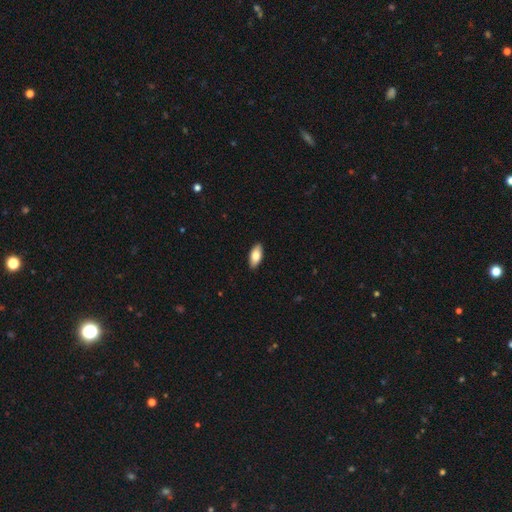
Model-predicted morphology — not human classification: smooth-or-featured: smooth: 81% | featured or disk: 13% | star or artifact: 6%
  how-rounded: in between: 89% | cigar-shaped: 9% | round: 2%
  merging: none: 90% | minor disturbance: 7% | major disturbance: 1% | merger: 1%